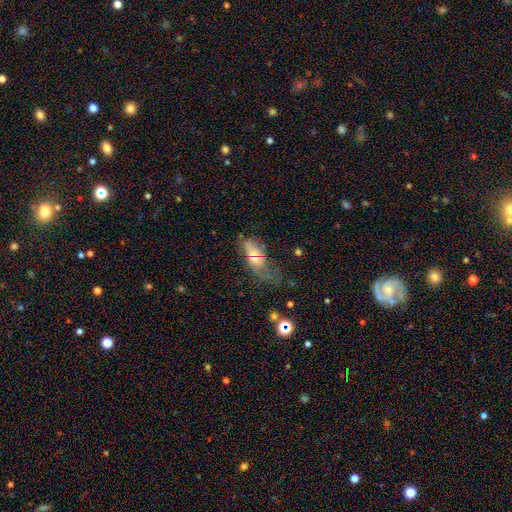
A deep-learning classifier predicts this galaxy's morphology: Smooth or featured? Predicted: smooth (p=0.47). Merging? Predicted: major disturbance (p=0.36).